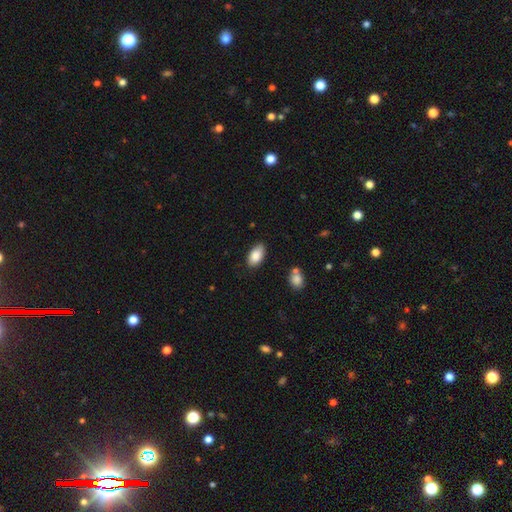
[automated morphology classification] Smooth or featured? smooth (87%)
How rounded? in between (93%)
Merging? none (79%)